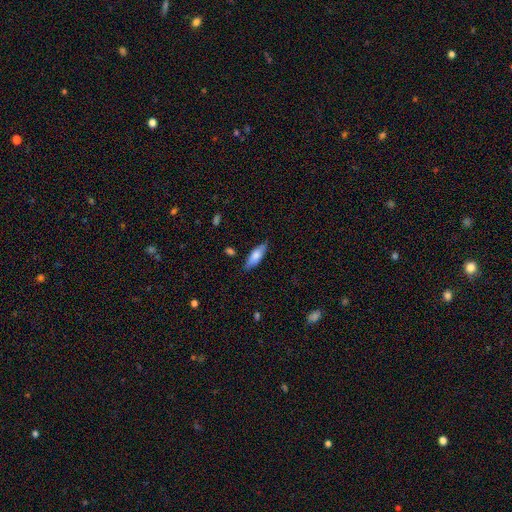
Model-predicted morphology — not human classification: smooth-or-featured: smooth: 75% | featured or disk: 19% | star or artifact: 6%
  how-rounded: in between: 62% | cigar-shaped: 36% | round: 2%
  merging: none: 82% | minor disturbance: 13% | major disturbance: 2% | merger: 2%